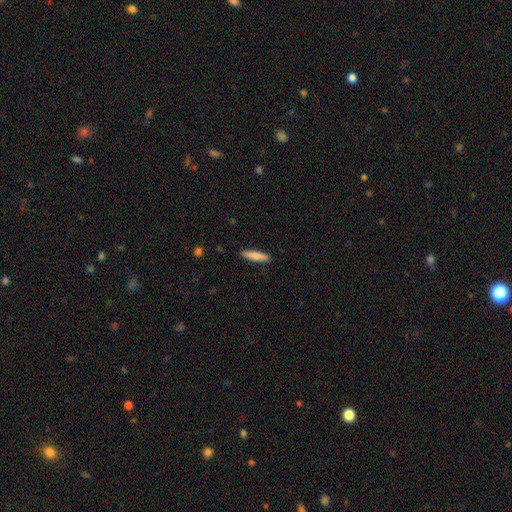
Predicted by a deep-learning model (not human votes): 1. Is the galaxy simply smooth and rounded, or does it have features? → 78% smooth, 16% featured or disk, 5% star or artifact.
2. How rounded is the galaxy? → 84% cigar-shaped, 15% in between, 1% round.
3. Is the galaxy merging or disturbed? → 90% none, 8% minor disturbance, 2% major disturbance, 1% merger.